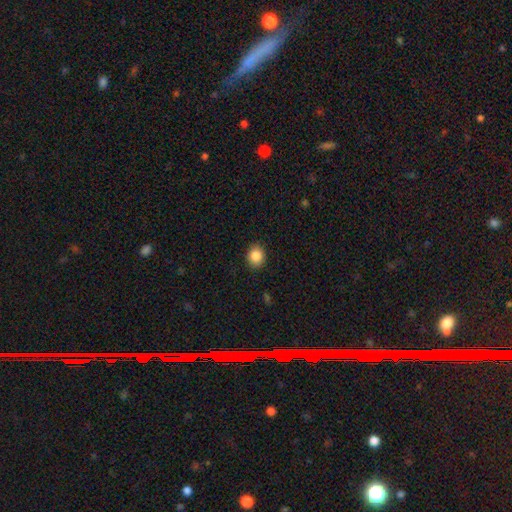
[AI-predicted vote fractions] Q: Smooth or featured?
A: smooth (86%); runner-up: star or artifact (9%)
Q: How rounded?
A: round (60%); runner-up: in between (39%)
Q: Merging?
A: none (89%); runner-up: minor disturbance (8%)